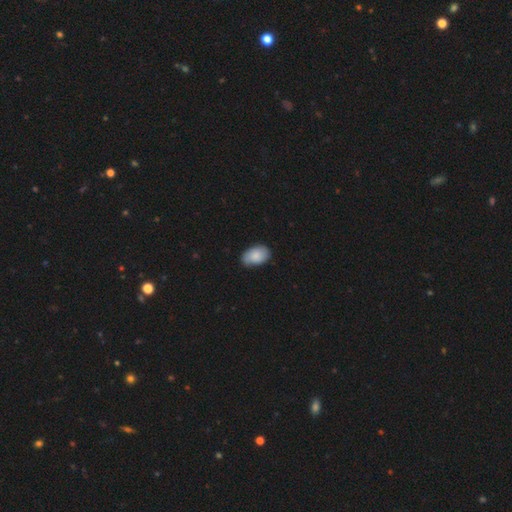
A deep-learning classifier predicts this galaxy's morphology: smooth-or-featured: smooth: 79% | featured or disk: 14% | star or artifact: 7%
  how-rounded: in between: 90% | round: 9% | cigar-shaped: 1%
  merging: none: 75% | minor disturbance: 20% | major disturbance: 3% | merger: 1%